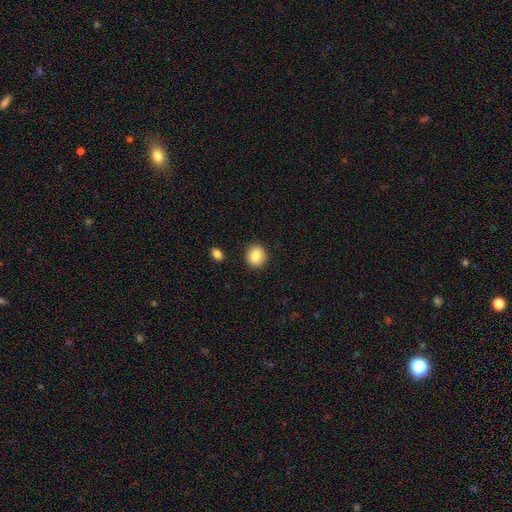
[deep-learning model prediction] Q: Smooth or featured?
A: smooth (86%); runner-up: star or artifact (8%)
Q: How rounded?
A: round (80%); runner-up: in between (19%)
Q: Merging?
A: none (90%); runner-up: minor disturbance (6%)